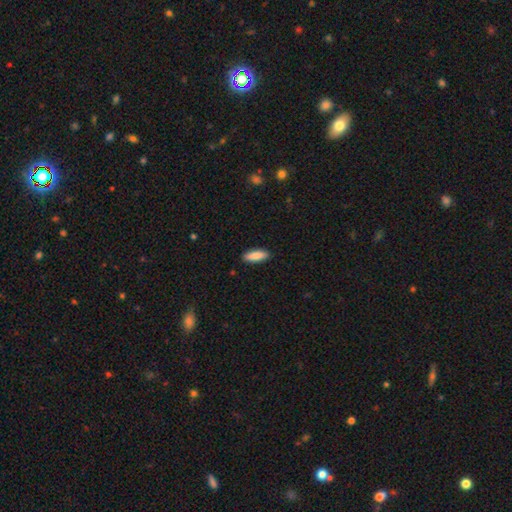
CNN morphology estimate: This is clearly a smooth galaxy (87%). How rounded: likely in between (61%). Merging: clearly none (90%).